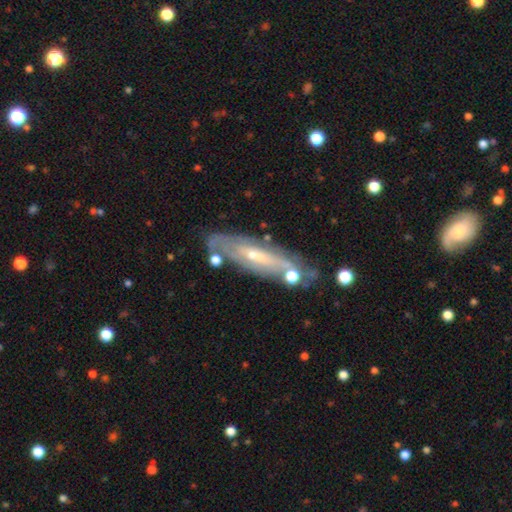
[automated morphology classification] featured or disk 70%, smooth 24%, star or artifact 7%. Down the decision tree: edge-on disk — no (64%); merging — none (68%).